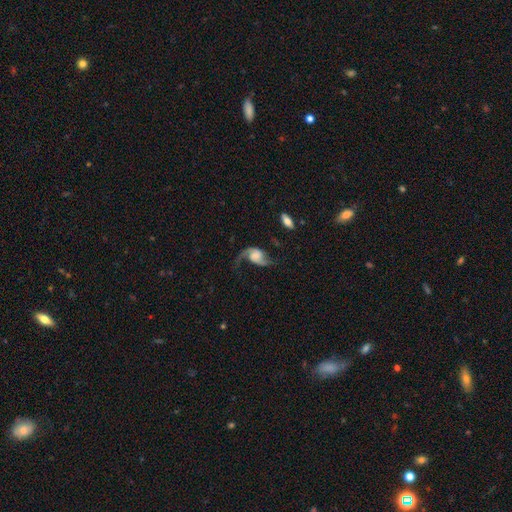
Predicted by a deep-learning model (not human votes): Smooth or featured?
  - featured or disk: 84% *
  - smooth: 9%
  - star or artifact: 6%
Edge-on disk?
  - no: 97% *
  - yes: 3%
Bar?
  - no: 60% *
  - weak: 30%
  - strong: 10%
Spiral arms?
  - yes: 96% *
  - no: 4%
Spiral winding?
  - loose: 76% *
  - medium: 20%
  - tight: 4%
Spiral arm count?
  - 2: 86% *
  - 1: 10%
  - can't tell: 2%
  - 3: 1%
  - 4: 1%
  - more than 4: 1%
Bulge size?
  - none: 35% *
  - large: 25%
  - moderate: 16%
  - small: 15%
  - dominant: 9%
Merging?
  - none: 55% *
  - major disturbance: 23%
  - minor disturbance: 18%
  - merger: 4%